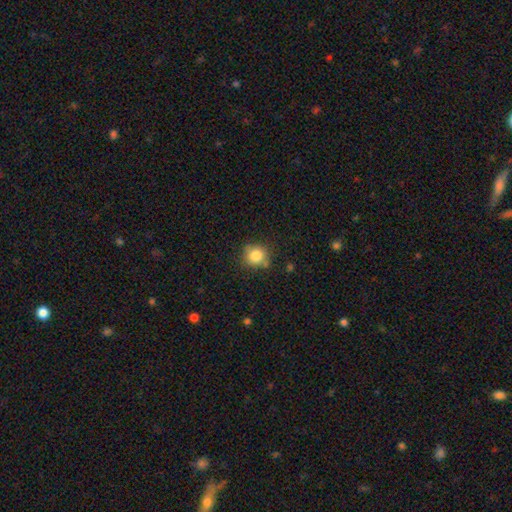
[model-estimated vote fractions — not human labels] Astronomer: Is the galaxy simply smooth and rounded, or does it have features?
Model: smooth — 83%.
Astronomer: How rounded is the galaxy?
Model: round — 86%.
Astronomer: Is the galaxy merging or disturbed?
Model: none — 73%.